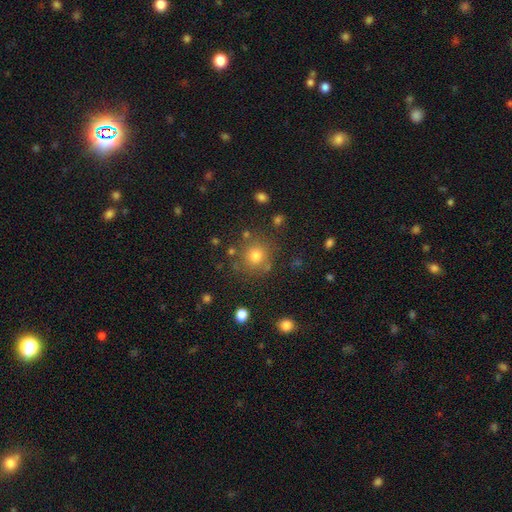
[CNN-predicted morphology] Smooth or featured? smooth (76%)
How rounded? round (90%)
Merging? none (80%)